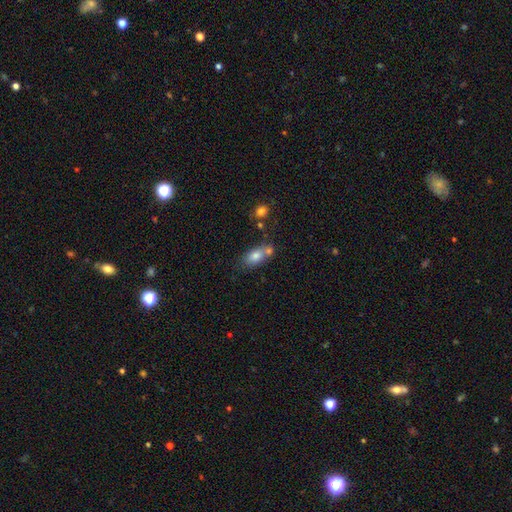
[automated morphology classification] This is likely a smooth galaxy (76%). How rounded: clearly in between (81%). Merging: possibly none (47%).